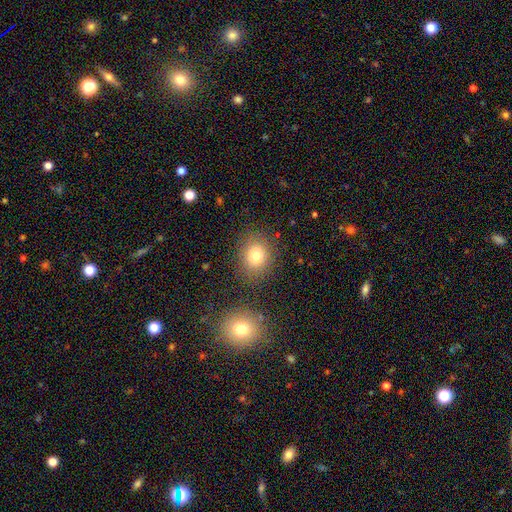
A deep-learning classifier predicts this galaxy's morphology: A smooth galaxy with no disk features (78%) that is round (65%).

Vote fractions:
- Smooth or featured? smooth: 78% / star or artifact: 13% / featured or disk: 9%
- How rounded? round: 65% / in between: 34% / cigar-shaped: 1%
- Merging? none: 83% / minor disturbance: 10% / major disturbance: 4% / merger: 4%